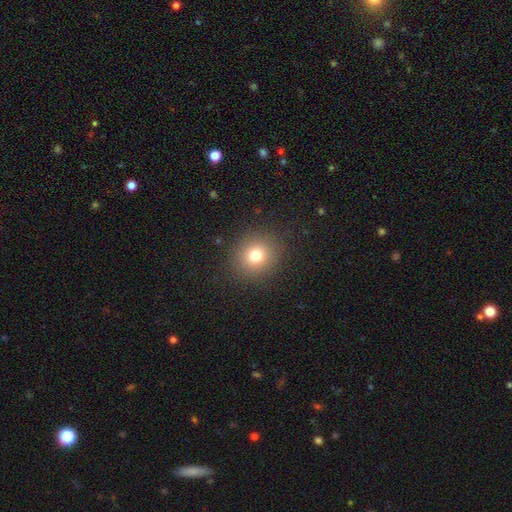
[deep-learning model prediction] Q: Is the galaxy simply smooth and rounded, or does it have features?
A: smooth — 77%.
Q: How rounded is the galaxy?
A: round — 85%.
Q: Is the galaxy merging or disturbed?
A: none — 89%.